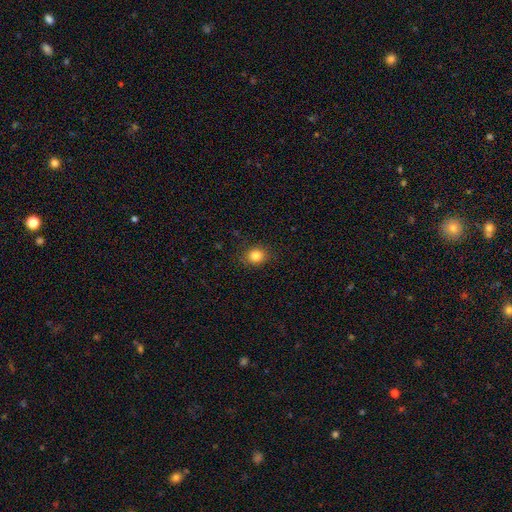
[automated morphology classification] Smooth or featured?
  - smooth: 83% *
  - star or artifact: 11%
  - featured or disk: 6%
How rounded?
  - round: 65% *
  - in between: 34%
  - cigar-shaped: 1%
Merging?
  - none: 86% *
  - minor disturbance: 10%
  - major disturbance: 3%
  - merger: 1%